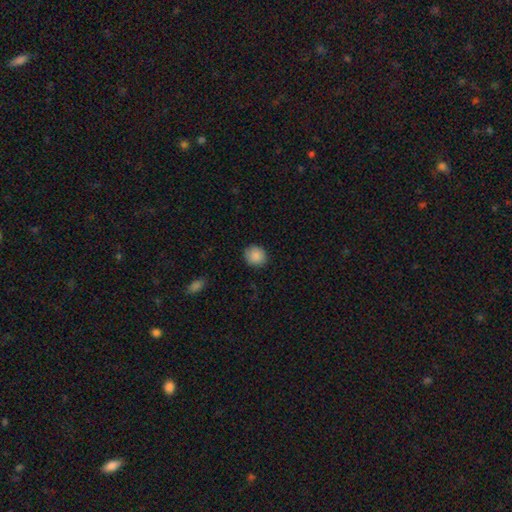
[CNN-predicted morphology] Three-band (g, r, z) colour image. It shows a smooth galaxy with no disk features (88%) that is round (80%). Merging: none (87%).